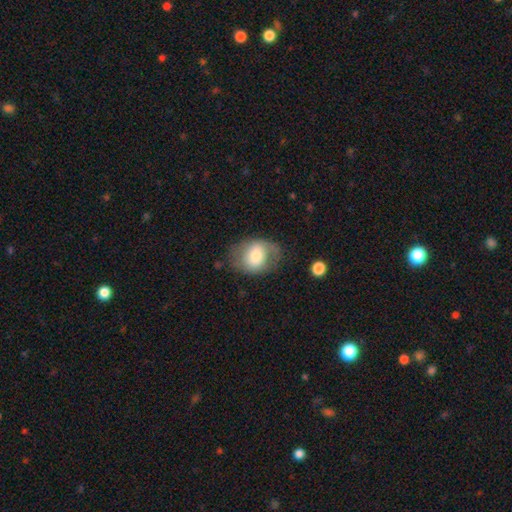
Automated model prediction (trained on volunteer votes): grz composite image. It shows a smooth galaxy with no disk features (60%) that is in between round and cigar-shaped (57%). Merging: none (59%).